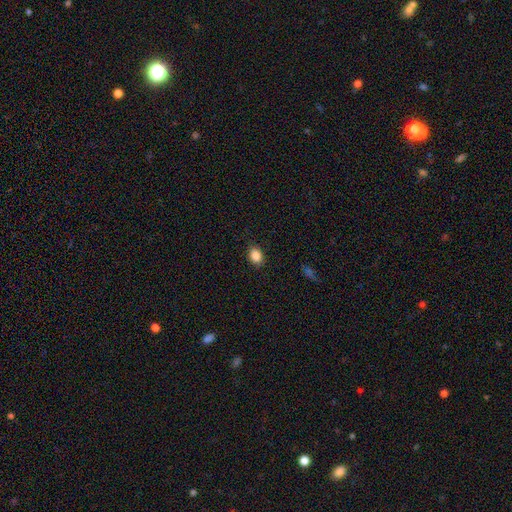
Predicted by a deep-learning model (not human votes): A smooth galaxy with no disk features (87%) that is in between round and cigar-shaped (72%). Merging: none (88%).